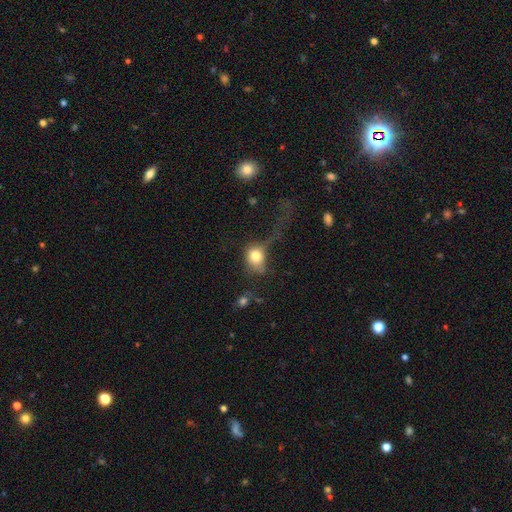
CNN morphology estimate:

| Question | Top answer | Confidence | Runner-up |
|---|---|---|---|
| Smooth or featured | smooth | 74% | featured or disk (16%) |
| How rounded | round | 52% | in between (46%) |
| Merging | major disturbance | 50% | none (24%) |